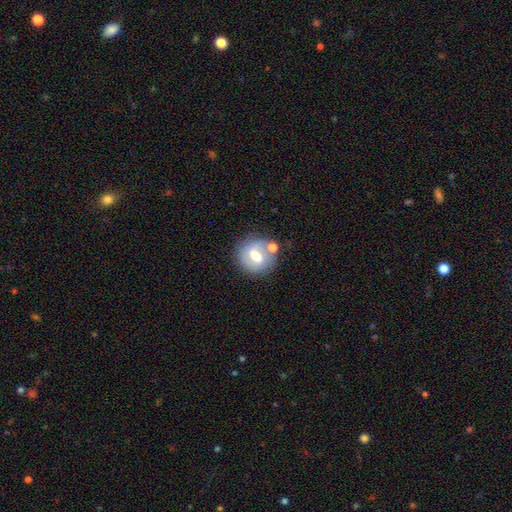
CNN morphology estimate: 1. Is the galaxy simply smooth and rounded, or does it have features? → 47% featured or disk, 44% smooth, 9% star or artifact.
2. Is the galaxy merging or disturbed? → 60% none, 17% minor disturbance, 17% merger, 7% major disturbance.